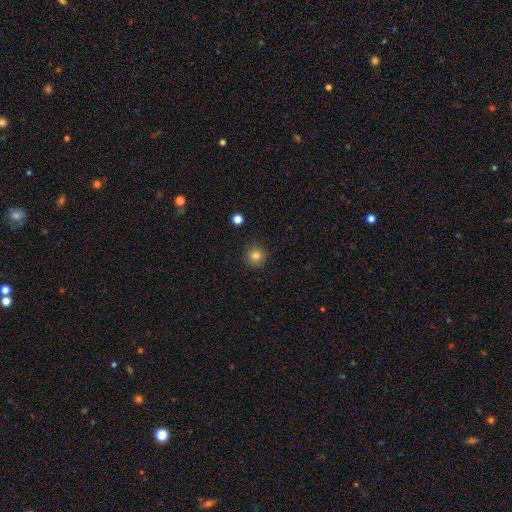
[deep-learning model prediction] The model was most divided on "smooth or featured": smooth: 82%, star or artifact: 12%, featured or disk: 6%. More confident: how rounded — round (95%); merging — none (90%).